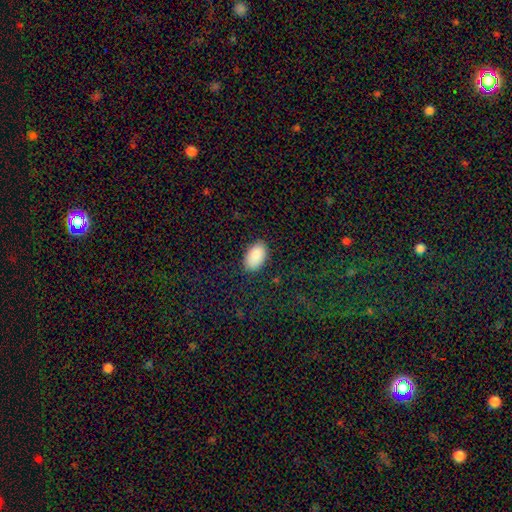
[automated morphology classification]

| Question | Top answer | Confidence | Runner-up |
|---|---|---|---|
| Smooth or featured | smooth | 90% | star or artifact (7%) |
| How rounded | in between | 94% | round (5%) |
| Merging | none | 86% | minor disturbance (10%) |